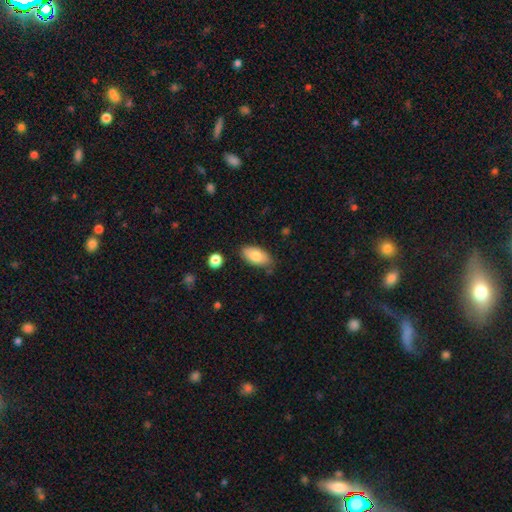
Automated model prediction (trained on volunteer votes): The model was most divided on "merging": none: 77%, minor disturbance: 17%, major disturbance: 3%, merger: 3%. More confident: how rounded — in between (93%); smooth or featured — smooth (82%).